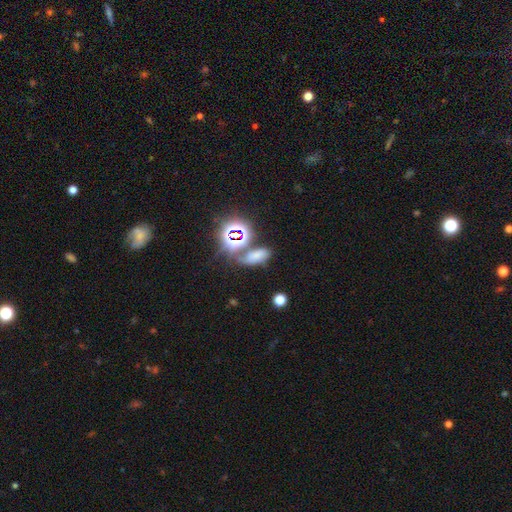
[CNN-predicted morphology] Overall: smooth (53%; star or artifact 34%). How rounded: in between (80%). Merging: none (49%; merger 23%).